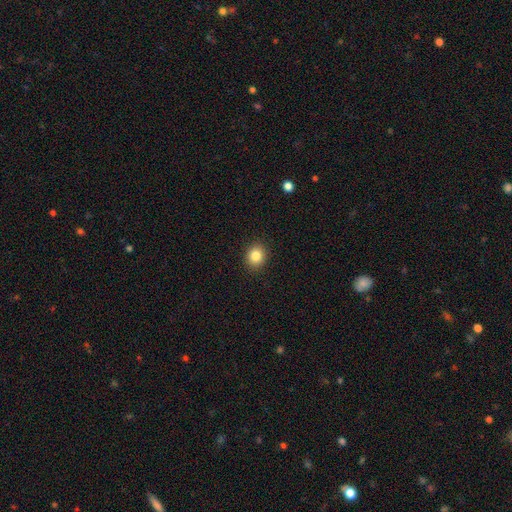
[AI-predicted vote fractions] This is clearly a smooth galaxy (84%). How rounded: likely round (71%). Merging: clearly none (91%).